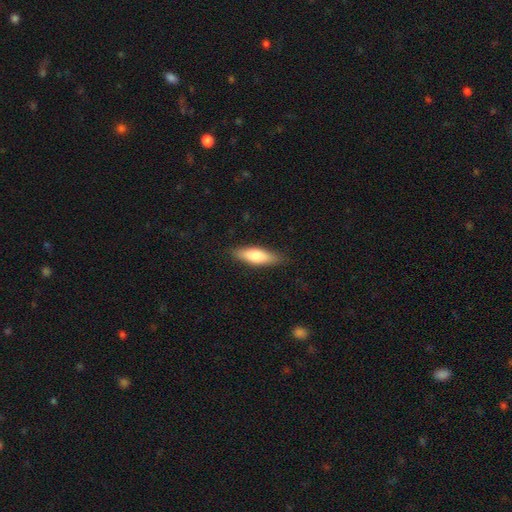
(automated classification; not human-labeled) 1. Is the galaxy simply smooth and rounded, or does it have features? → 71% smooth, 23% featured or disk, 6% star or artifact.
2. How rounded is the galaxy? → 51% in between, 47% cigar-shaped, 2% round.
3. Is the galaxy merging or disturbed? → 85% none, 11% minor disturbance, 2% major disturbance, 1% merger.